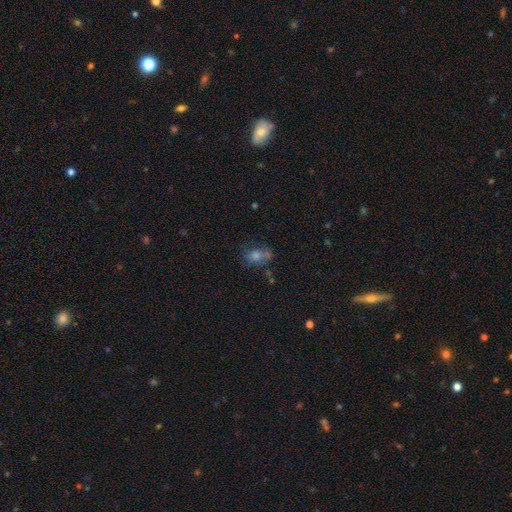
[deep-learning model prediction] Smooth or featured?
  - smooth: 52% *
  - featured or disk: 27%
  - star or artifact: 21%
How rounded?
  - in between: 58% *
  - round: 40%
  - cigar-shaped: 2%
Merging?
  - none: 48% *
  - minor disturbance: 22%
  - major disturbance: 15%
  - merger: 15%